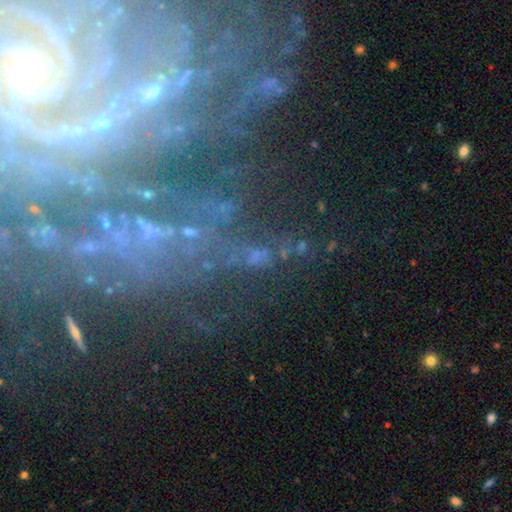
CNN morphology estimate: Smooth or featured?
  - star or artifact: 48% *
  - featured or disk: 31%
  - smooth: 20%